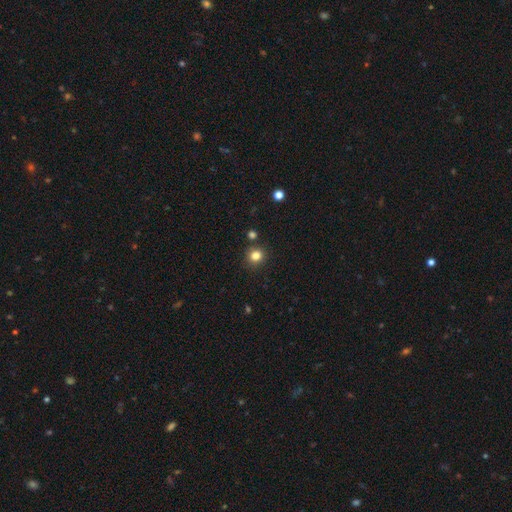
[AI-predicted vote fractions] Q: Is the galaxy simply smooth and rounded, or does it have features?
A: smooth — 81%.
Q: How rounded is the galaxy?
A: round — 89%.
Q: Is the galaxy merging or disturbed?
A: none — 85%.